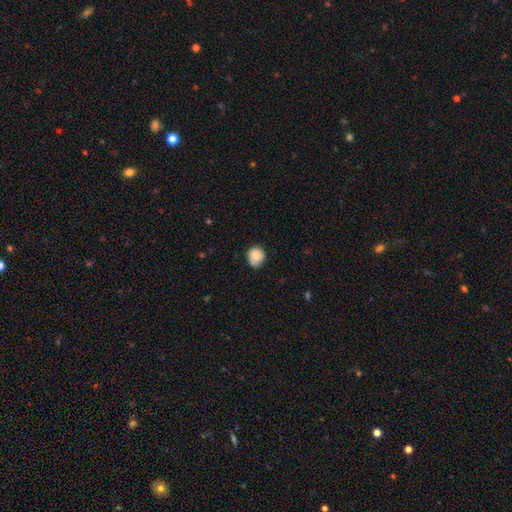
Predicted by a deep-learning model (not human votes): Smooth or featured? smooth (75%)
How rounded? round (79%)
Merging? none (67%)